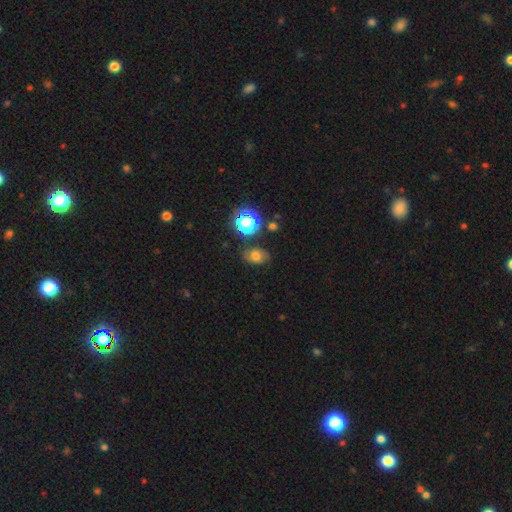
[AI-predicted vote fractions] Smooth or featured? smooth (64%)
How rounded? in between (68%)
Merging? none (75%)